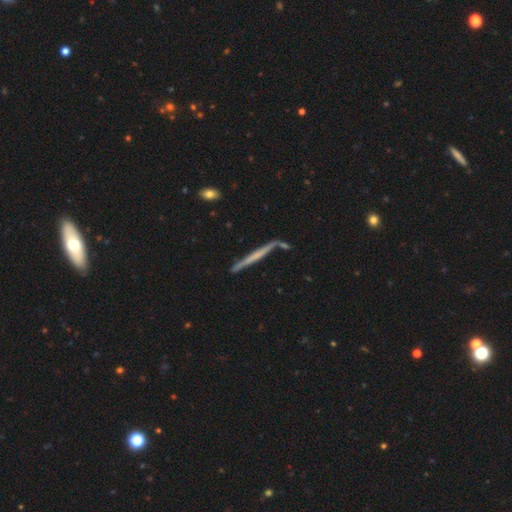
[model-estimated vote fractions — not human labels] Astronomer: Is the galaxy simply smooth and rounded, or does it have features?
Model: featured or disk — 56% (runner-up: smooth, 38%).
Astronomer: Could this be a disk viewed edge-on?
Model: yes — 97%.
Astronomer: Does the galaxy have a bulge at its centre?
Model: none — 75%.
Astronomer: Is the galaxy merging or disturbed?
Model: none — 81%.